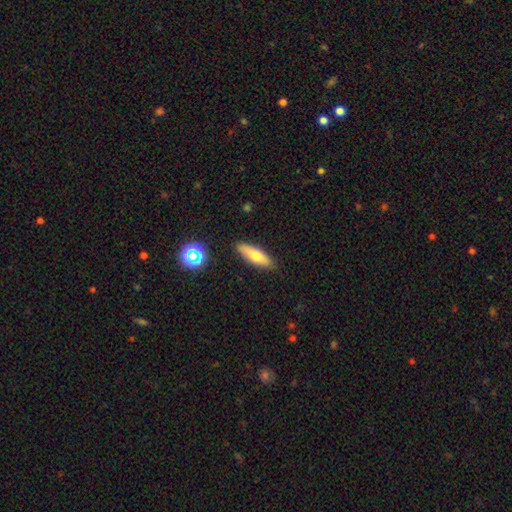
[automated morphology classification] Smooth or featured? Predicted: smooth (p=0.66). How rounded? Predicted: in between (p=0.49). Merging? Predicted: none (p=0.87).